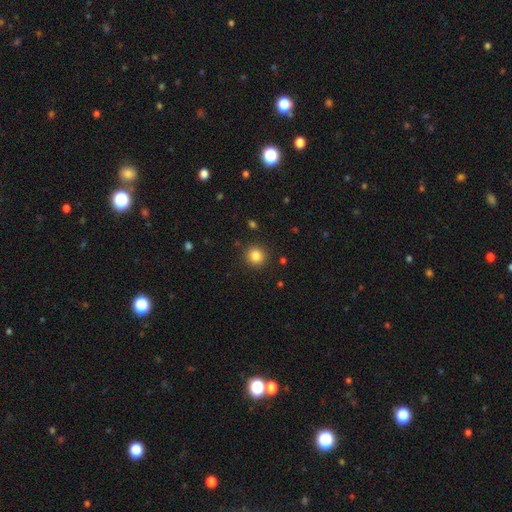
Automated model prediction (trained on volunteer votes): smooth_or_featured: smooth (p=0.84) [alt: star or artifact p=0.11]
how_rounded: round (p=0.93) [alt: in between p=0.06]
merging: none (p=0.91) [alt: minor disturbance p=0.06]